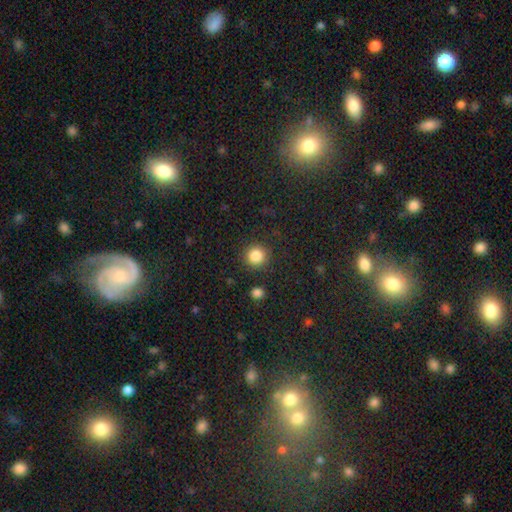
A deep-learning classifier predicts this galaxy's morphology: Smooth or featured: smooth — 85% (star or artifact — 11%)
How rounded: round — 93% (in between — 6%)
Merging: none — 88% (minor disturbance — 7%)